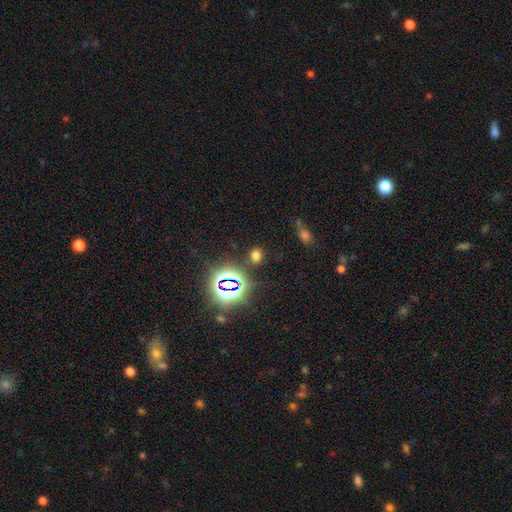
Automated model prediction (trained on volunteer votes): A smooth galaxy with no disk features (56%) that is round (51%). Merging: none (82%).